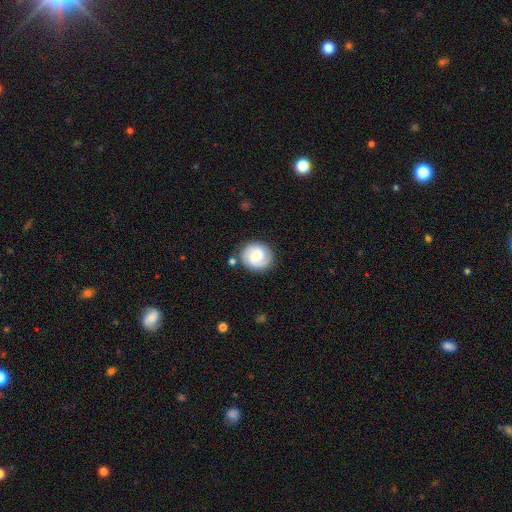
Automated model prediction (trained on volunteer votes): Q: Smooth or featured?
A: featured or disk (63%); runner-up: smooth (31%)
Q: Edge-on disk?
A: no (98%); runner-up: yes (2%)
Q: Bar?
A: weak (48%); runner-up: no (41%)
Q: Spiral arms?
A: yes (93%); runner-up: no (7%)
Q: Spiral winding?
A: tight (49%); runner-up: medium (39%)
Q: Spiral arm count?
A: 2 (81%); runner-up: can't tell (8%)
Q: Bulge size?
A: moderate (48%); runner-up: small (33%)
Q: Merging?
A: none (81%); runner-up: minor disturbance (12%)